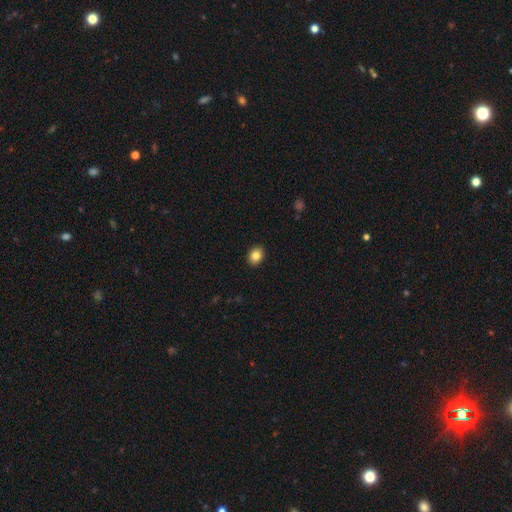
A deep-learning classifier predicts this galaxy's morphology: Q: Smooth or featured?
A: smooth (84%); runner-up: star or artifact (9%)
Q: How rounded?
A: in between (59%); runner-up: round (40%)
Q: Merging?
A: none (91%); runner-up: minor disturbance (7%)